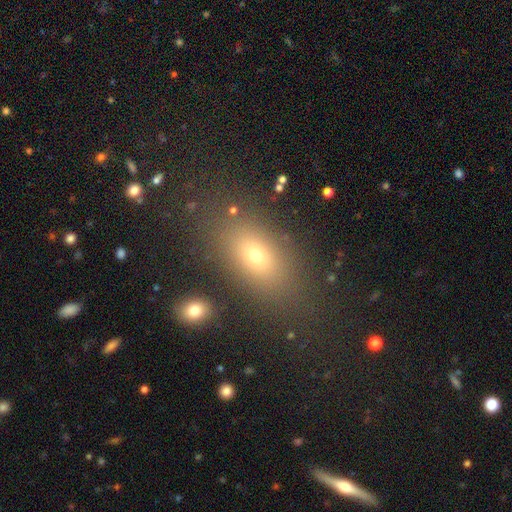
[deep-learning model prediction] This appears to be a smooth galaxy with no disk features (67%) that is in between round and cigar-shaped (77%). Merging: none (82%).